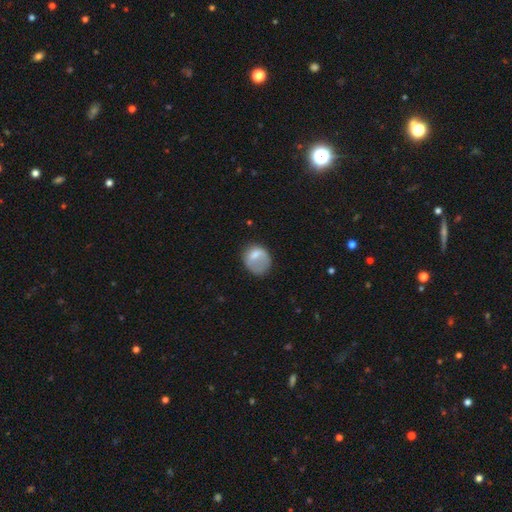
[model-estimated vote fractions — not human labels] smooth_or_featured: smooth (p=0.67) [alt: featured or disk p=0.25]
how_rounded: round (p=0.58) [alt: in between p=0.41]
merging: none (p=0.36) [alt: major disturbance p=0.33]